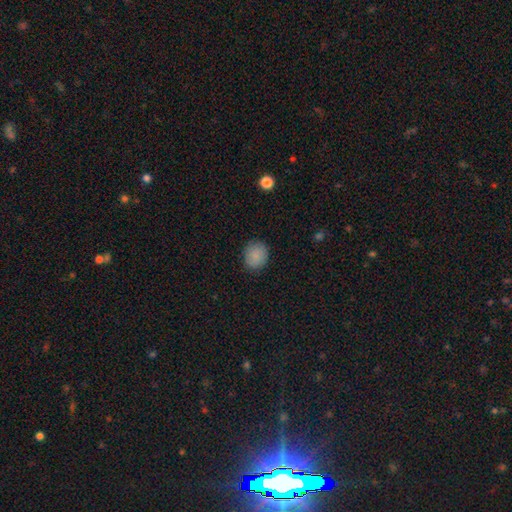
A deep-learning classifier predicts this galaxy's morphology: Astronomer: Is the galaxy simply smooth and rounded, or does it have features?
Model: smooth — 88%.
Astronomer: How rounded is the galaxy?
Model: round — 76%.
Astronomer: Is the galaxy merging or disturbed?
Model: none — 87%.